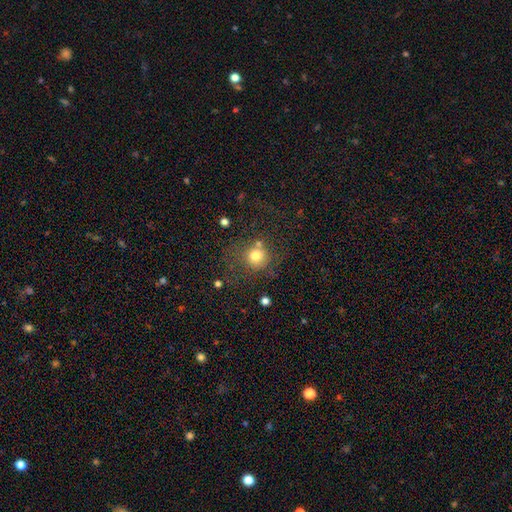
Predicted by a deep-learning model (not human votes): Smooth or featured: smooth — 75% (star or artifact — 14%)
How rounded: round — 86% (in between — 13%)
Merging: none — 61% (minor disturbance — 16%)